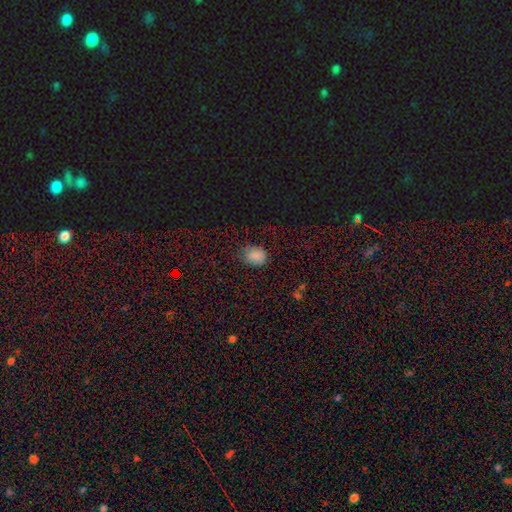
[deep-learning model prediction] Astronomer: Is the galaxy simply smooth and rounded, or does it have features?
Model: smooth — 80%.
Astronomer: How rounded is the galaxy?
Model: in between — 60% (runner-up: round, 39%).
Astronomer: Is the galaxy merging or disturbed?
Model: none — 73%.